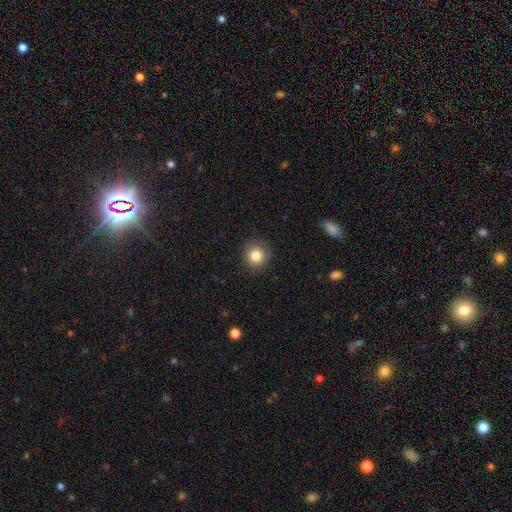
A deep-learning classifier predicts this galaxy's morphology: This appears to be a smooth galaxy with no disk features (83%) that is round (90%). Merging: none (86%).